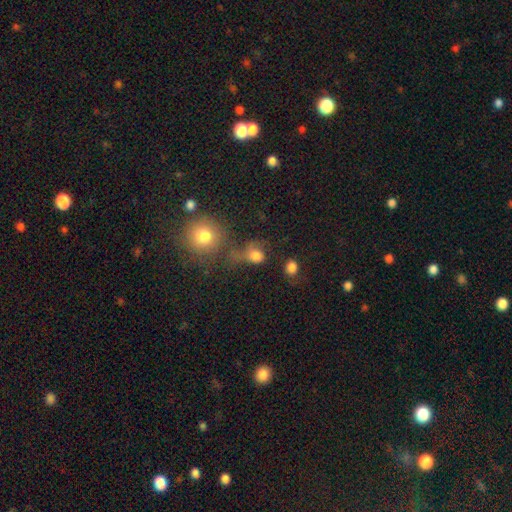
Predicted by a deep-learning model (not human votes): This appears to be a smooth galaxy with no disk features (75%) that is round (68%). Merging: none (40%).